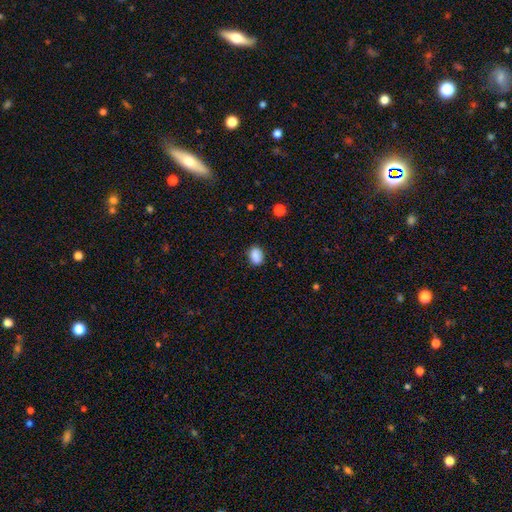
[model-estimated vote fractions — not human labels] This is clearly a smooth galaxy (86%). How rounded: likely in between (73%). Merging: clearly none (80%).